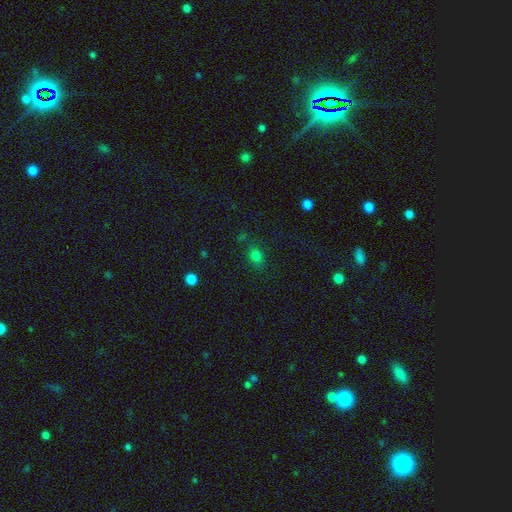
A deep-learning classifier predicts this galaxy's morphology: Overall: smooth (75%). How rounded: in between (60%; round 38%). Merging: none (76%).